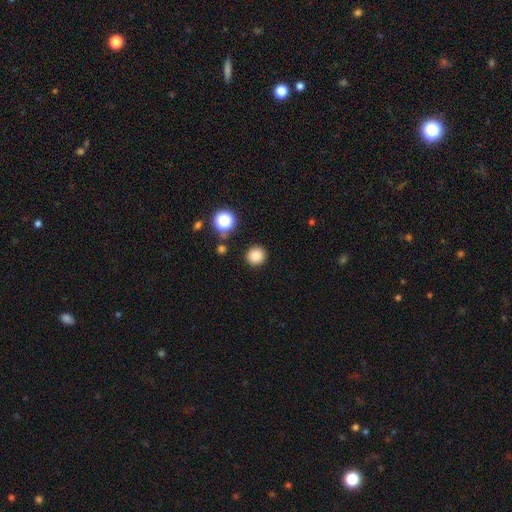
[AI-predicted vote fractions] Q: Smooth or featured?
A: smooth (84%); runner-up: star or artifact (12%)
Q: How rounded?
A: round (92%); runner-up: in between (8%)
Q: Merging?
A: none (89%); runner-up: minor disturbance (6%)